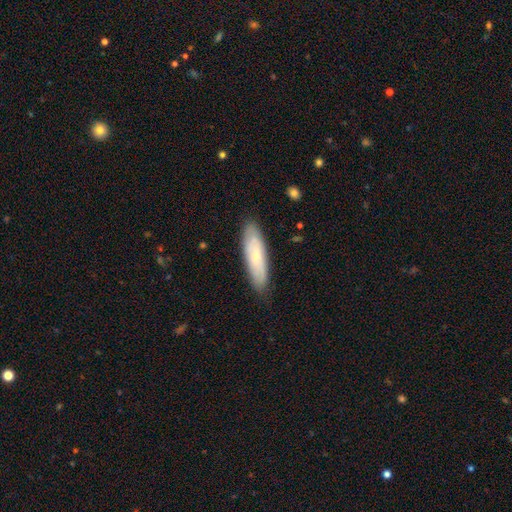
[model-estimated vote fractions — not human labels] This is likely a smooth galaxy (66%). How rounded: likely cigar-shaped (62%). Merging: clearly none (85%).